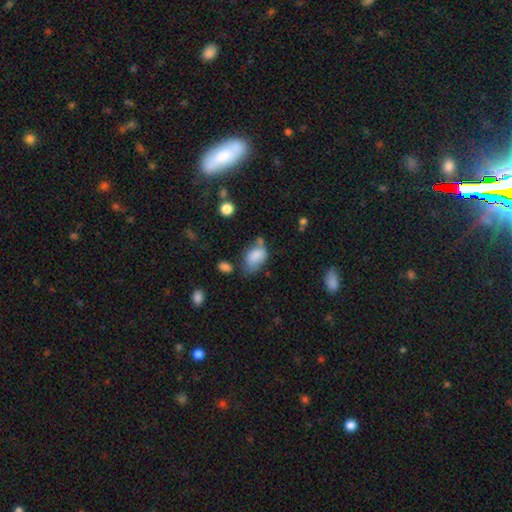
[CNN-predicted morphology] This appears to be a smooth galaxy with no disk features (80%) that is in between round and cigar-shaped (89%). Merging: none (36%).